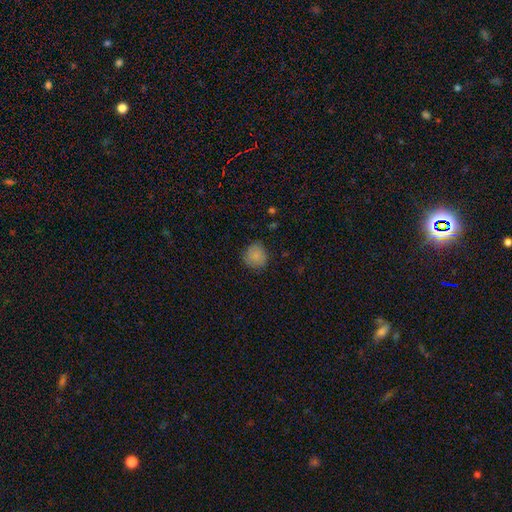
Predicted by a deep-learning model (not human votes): The model was most divided on "merging": none: 77%, minor disturbance: 18%, major disturbance: 4%, merger: 1%. More confident: how rounded — round (85%); smooth or featured — smooth (83%).